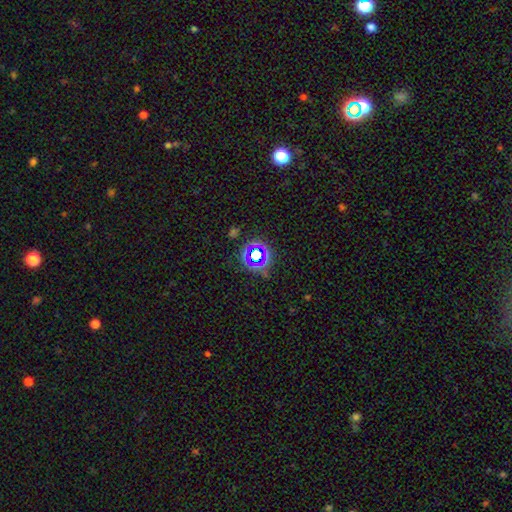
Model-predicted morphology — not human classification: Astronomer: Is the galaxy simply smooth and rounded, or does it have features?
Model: star or artifact — 61%.